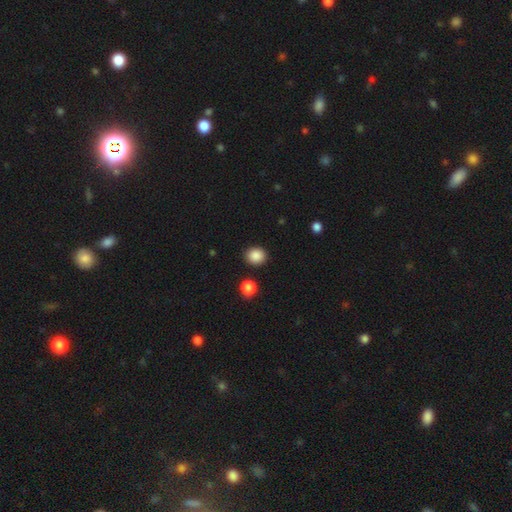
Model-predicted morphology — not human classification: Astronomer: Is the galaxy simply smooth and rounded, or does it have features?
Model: smooth — 88%.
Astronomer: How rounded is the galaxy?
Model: round — 74%.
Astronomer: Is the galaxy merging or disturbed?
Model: none — 89%.